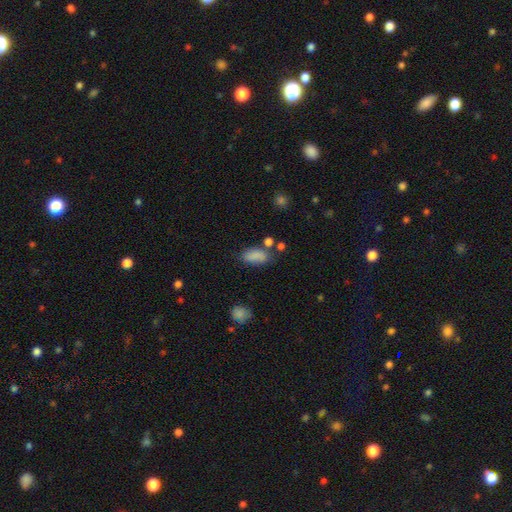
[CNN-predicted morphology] Smooth or featured: smooth — 82% (star or artifact — 10%)
How rounded: in between — 89% (round — 6%)
Merging: none — 56% (minor disturbance — 22%)